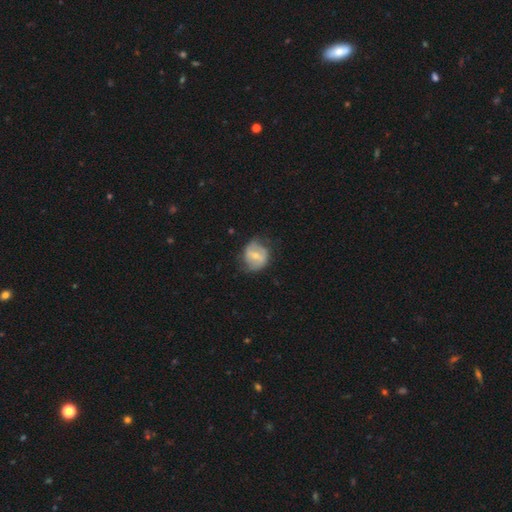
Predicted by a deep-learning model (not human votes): The model was most divided on "smooth or featured": featured or disk: 52%, smooth: 42%, star or artifact: 7%. More confident: edge-on disk — no (95%); merging — none (64%).